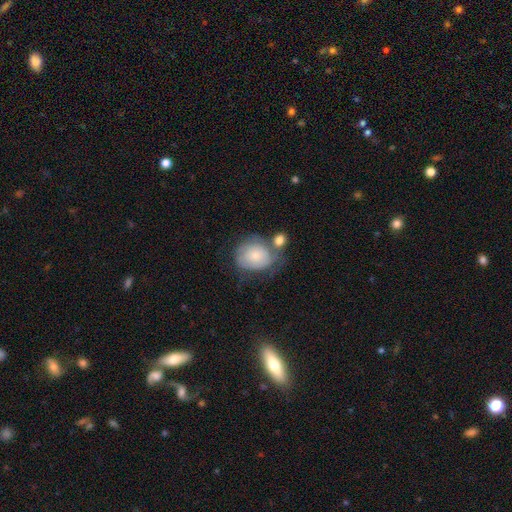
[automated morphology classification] smooth_or_featured: smooth (p=0.61) [alt: featured or disk p=0.32]
how_rounded: round (p=0.64) [alt: in between p=0.35]
merging: none (p=0.38) [alt: minor disturbance p=0.25]